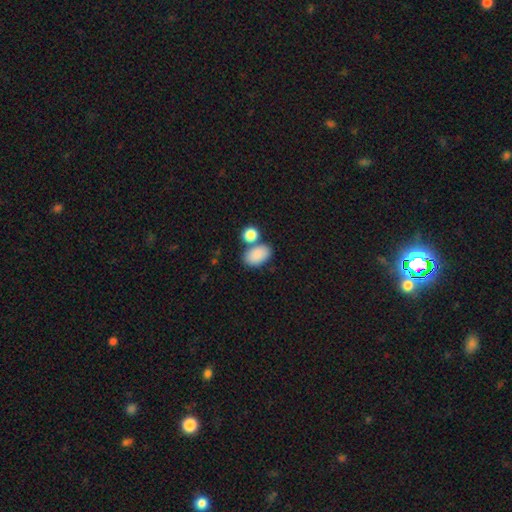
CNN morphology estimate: Smooth or featured: smooth — 87% (star or artifact — 7%)
How rounded: in between — 91% (round — 8%)
Merging: none — 62% (merger — 21%)